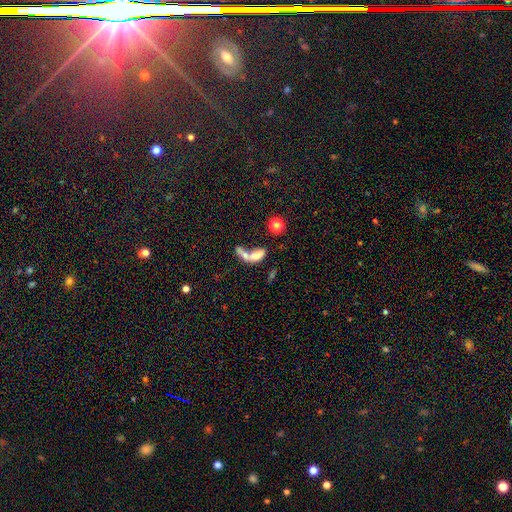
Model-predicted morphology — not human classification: This is likely a smooth galaxy (61%). How rounded: likely in between (69%). Merging: likely merger (63%).